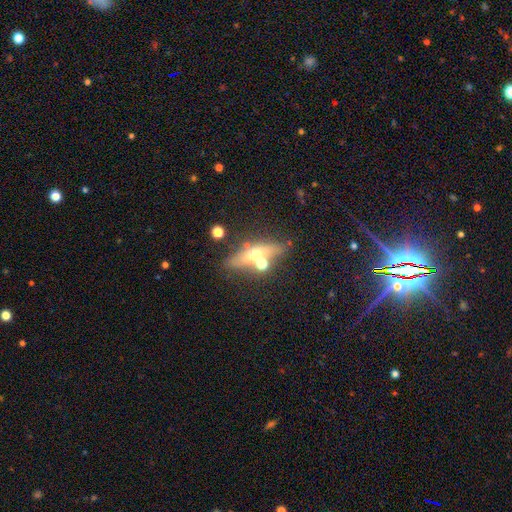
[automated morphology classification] Smooth or featured?
  - featured or disk: 49% *
  - smooth: 39%
  - star or artifact: 12%
Merging?
  - none: 65% *
  - merger: 18%
  - minor disturbance: 12%
  - major disturbance: 5%